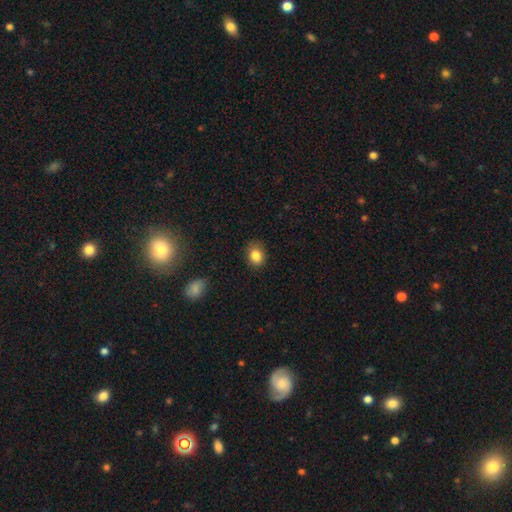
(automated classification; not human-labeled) Smooth or featured: smooth — 84% (star or artifact — 10%)
How rounded: in between — 51% (round — 48%)
Merging: none — 81% (minor disturbance — 15%)